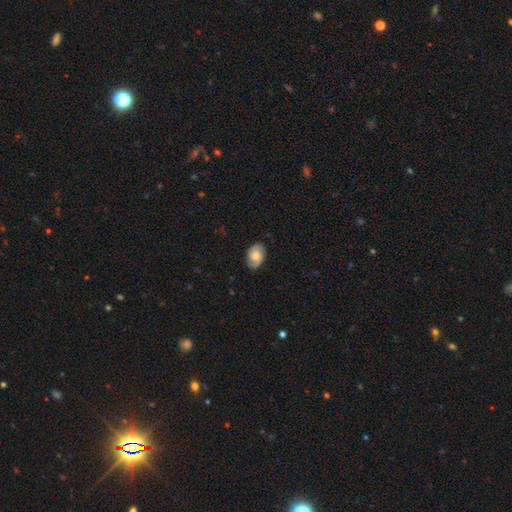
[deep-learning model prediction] Smooth or featured? Predicted: featured or disk (p=0.54). Edge-on disk? Predicted: no (p=0.96). Bar? Predicted: no (p=0.69). Spiral arms? Predicted: yes (p=0.85). Bulge size? Predicted: moderate (p=0.62). Merging? Predicted: none (p=0.82).